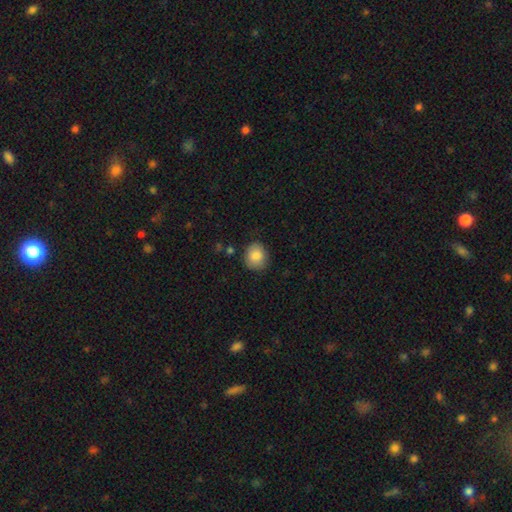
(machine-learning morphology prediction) smooth 86%, star or artifact 8%, featured or disk 6%. Down the decision tree: how rounded — round (73%); merging — none (82%).